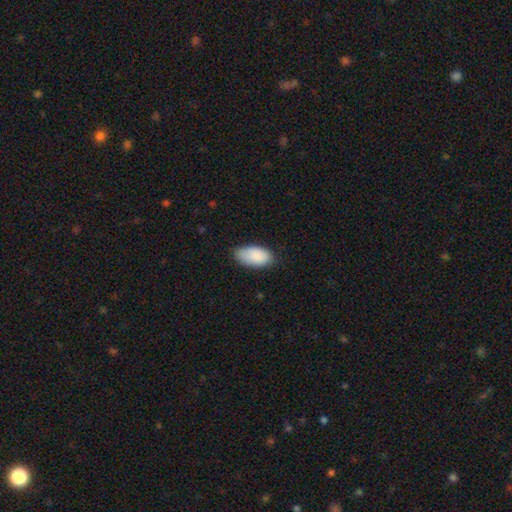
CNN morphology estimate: This appears to be a smooth galaxy with no disk features (88%) that is in between round and cigar-shaped (95%). Merging: none (72%).